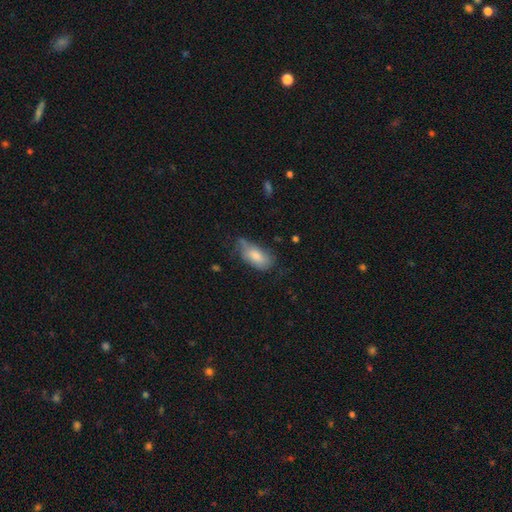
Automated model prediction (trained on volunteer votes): Smooth or featured? smooth (78%)
How rounded? in between (91%)
Merging? none (43%)